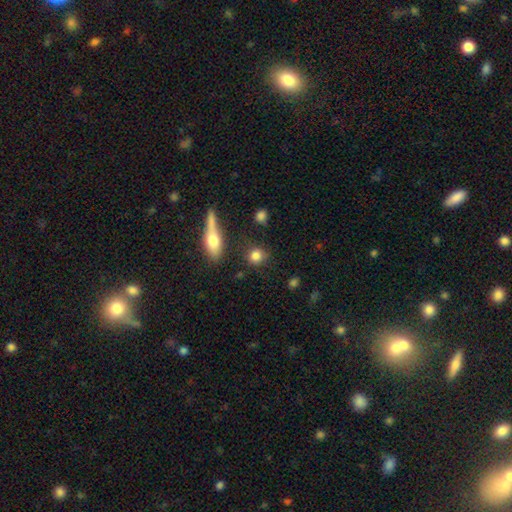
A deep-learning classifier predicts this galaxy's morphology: A smooth galaxy with no disk features (82%) that is round (78%).

Vote fractions:
- Smooth or featured? smooth: 82% / star or artifact: 9% / featured or disk: 8%
- How rounded? round: 78% / in between: 18% / cigar-shaped: 4%
- Merging? none: 78% / minor disturbance: 11% / merger: 7% / major disturbance: 4%